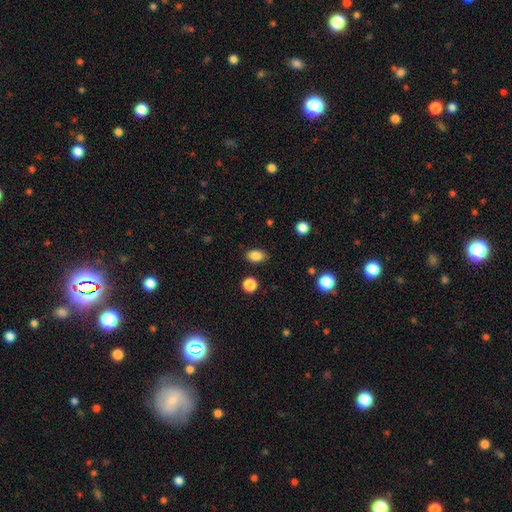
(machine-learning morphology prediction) Q: Smooth or featured?
A: smooth (85%); runner-up: star or artifact (10%)
Q: How rounded?
A: in between (82%); runner-up: round (16%)
Q: Merging?
A: none (84%); runner-up: minor disturbance (11%)